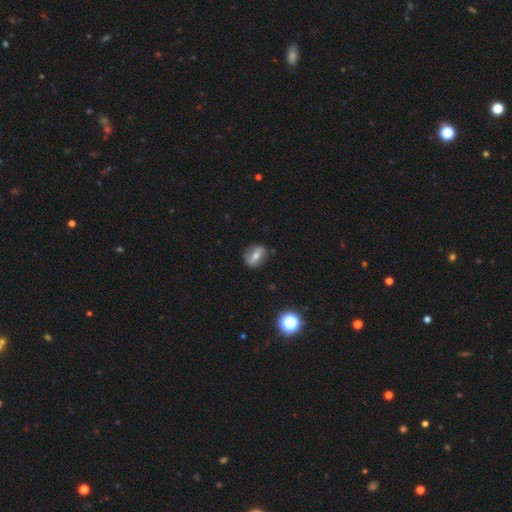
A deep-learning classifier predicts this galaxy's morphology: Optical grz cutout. It shows a smooth galaxy with no disk features (47%). Merging: none (79%).